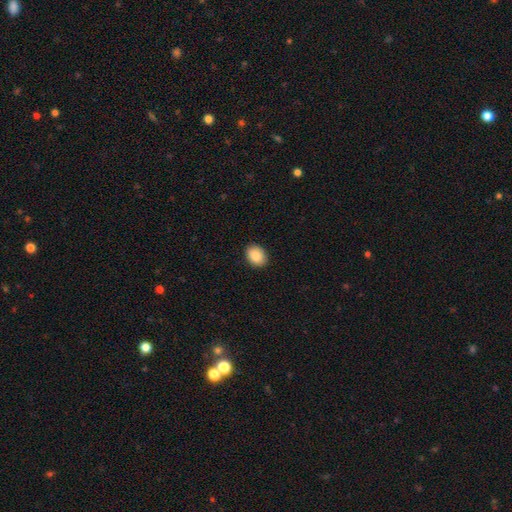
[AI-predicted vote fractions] smooth_or_featured: smooth (p=0.89) [alt: star or artifact p=0.07]
how_rounded: in between (p=0.68) [alt: round p=0.31]
merging: none (p=0.90) [alt: minor disturbance p=0.08]